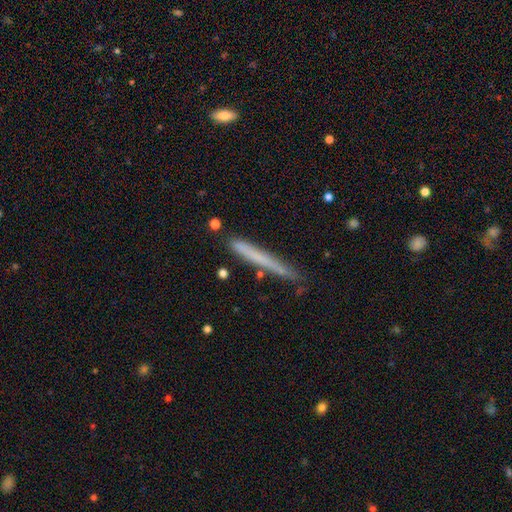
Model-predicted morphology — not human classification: This is possibly a smooth galaxy (59%). How rounded: clearly cigar-shaped (97%). Merging: likely none (79%).